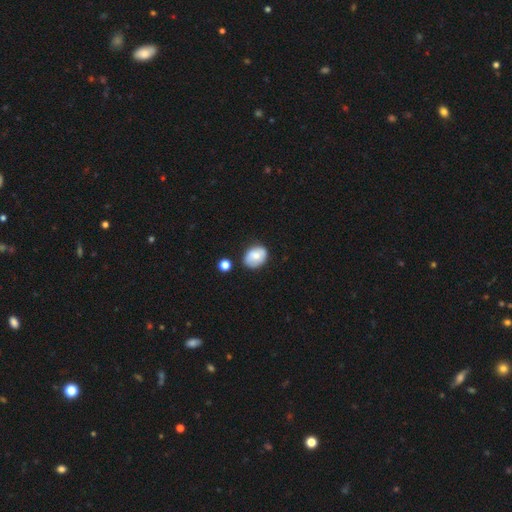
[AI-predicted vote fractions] smooth_or_featured: smooth (p=0.70) [alt: featured or disk p=0.22]
how_rounded: in between (p=0.63) [alt: round p=0.36]
merging: none (p=0.69) [alt: minor disturbance p=0.21]